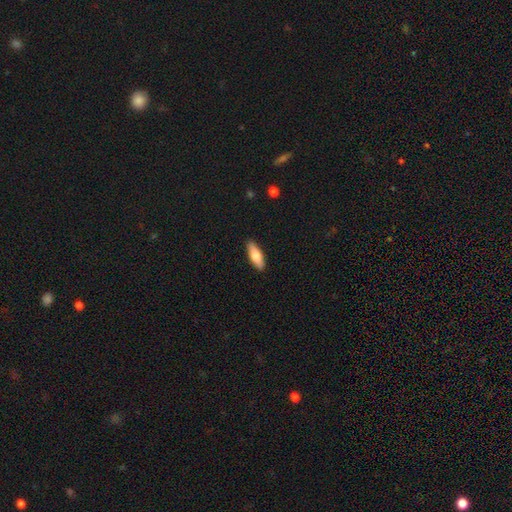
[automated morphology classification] A smooth galaxy with no disk features (76%) that is in between round and cigar-shaped (54%). Merging: none (89%).